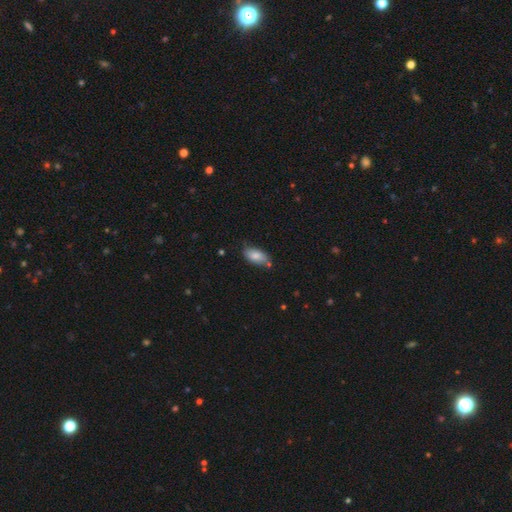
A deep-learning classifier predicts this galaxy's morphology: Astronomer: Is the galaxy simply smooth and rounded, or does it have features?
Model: smooth — 79%.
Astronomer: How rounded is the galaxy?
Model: in between — 92%.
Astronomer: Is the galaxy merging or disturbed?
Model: none — 68%.